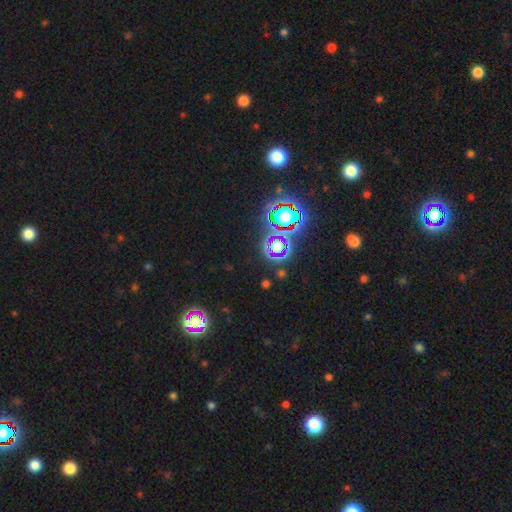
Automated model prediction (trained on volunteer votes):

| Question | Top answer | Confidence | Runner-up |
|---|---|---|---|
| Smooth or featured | star or artifact | 81% | smooth (12%) |